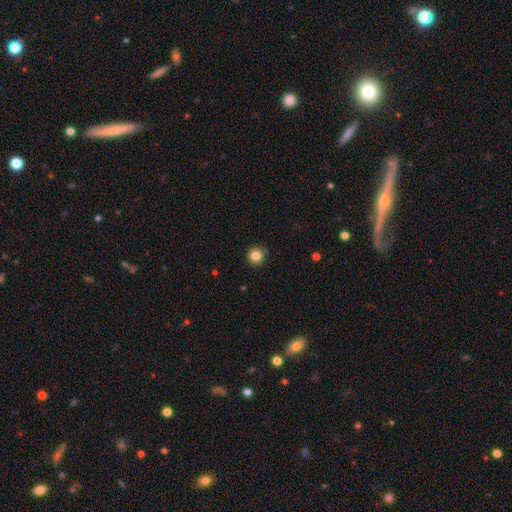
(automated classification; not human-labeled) Smooth or featured? smooth (83%)
How rounded? round (94%)
Merging? none (86%)